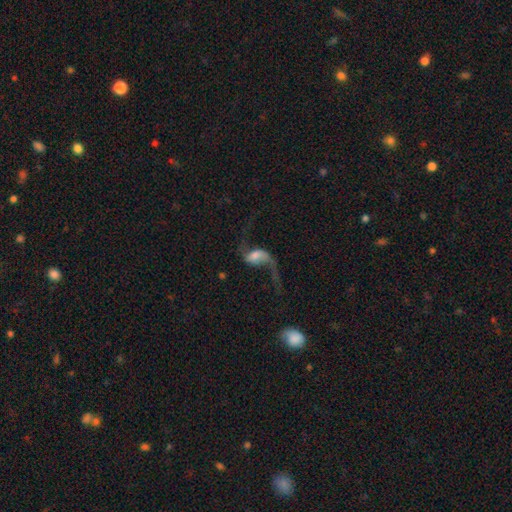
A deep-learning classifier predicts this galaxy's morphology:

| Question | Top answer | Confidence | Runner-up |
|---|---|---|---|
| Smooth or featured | featured or disk | 76% | smooth (16%) |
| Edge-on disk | no | 95% | yes (5%) |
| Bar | weak | 41% | no (36%) |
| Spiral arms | yes | 91% | no (9%) |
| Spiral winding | loose | 94% | medium (5%) |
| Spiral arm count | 2 | 86% | 1 (10%) |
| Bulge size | moderate | 34% | small (28%) |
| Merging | none | 46% | major disturbance (34%) |